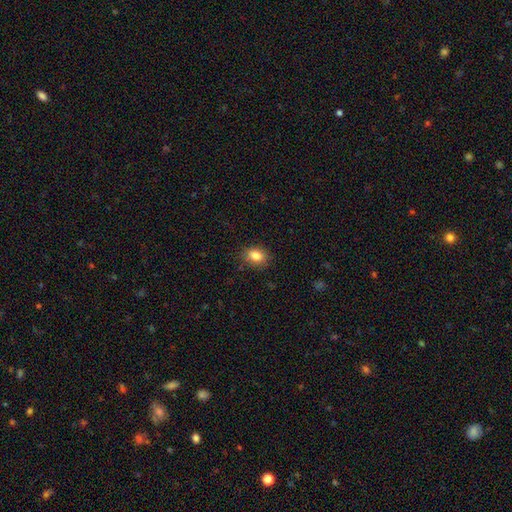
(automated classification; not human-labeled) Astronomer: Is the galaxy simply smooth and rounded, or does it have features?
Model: smooth — 85%.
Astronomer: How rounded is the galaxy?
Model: in between — 71%.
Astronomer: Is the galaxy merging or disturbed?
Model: none — 84%.